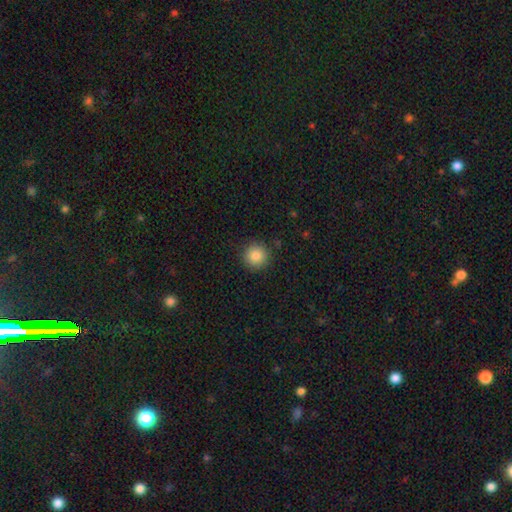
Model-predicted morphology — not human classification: Smooth or featured? smooth (85%)
How rounded? round (95%)
Merging? none (90%)